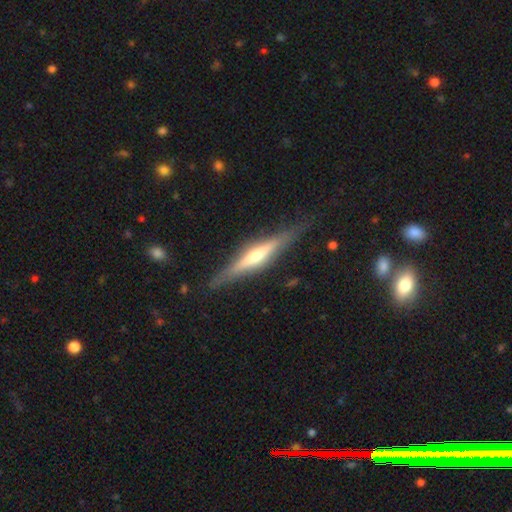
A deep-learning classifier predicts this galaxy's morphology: This appears to be a featured or disk galaxy (73%) viewed edge-on (97%) with a rounded central bulge (67%). Merging: none (86%).